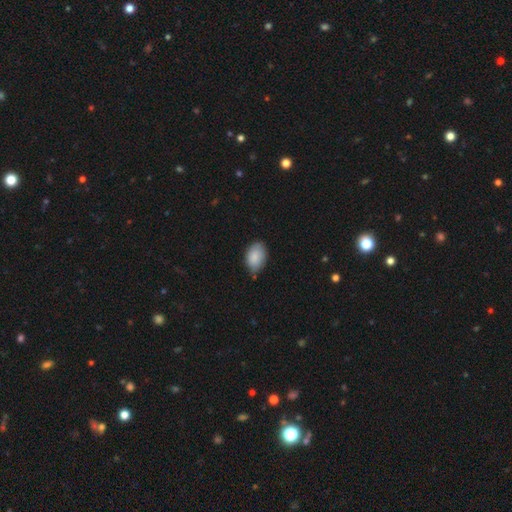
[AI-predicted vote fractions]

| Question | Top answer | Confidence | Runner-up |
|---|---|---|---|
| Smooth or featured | smooth | 87% | featured or disk (7%) |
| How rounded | in between | 89% | round (10%) |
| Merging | none | 70% | minor disturbance (25%) |